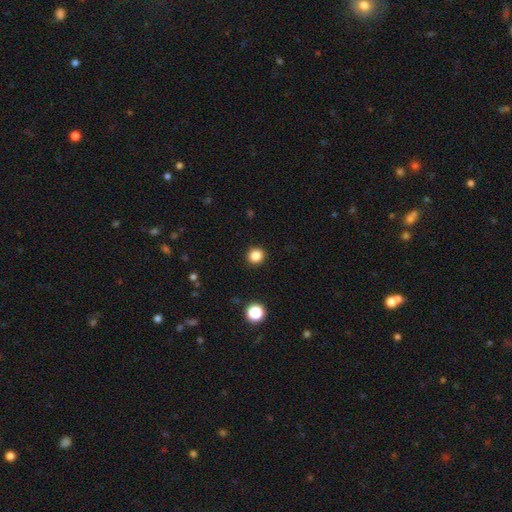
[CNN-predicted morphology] This appears to be a smooth galaxy with no disk features (85%) that is round (91%). Merging: none (92%).